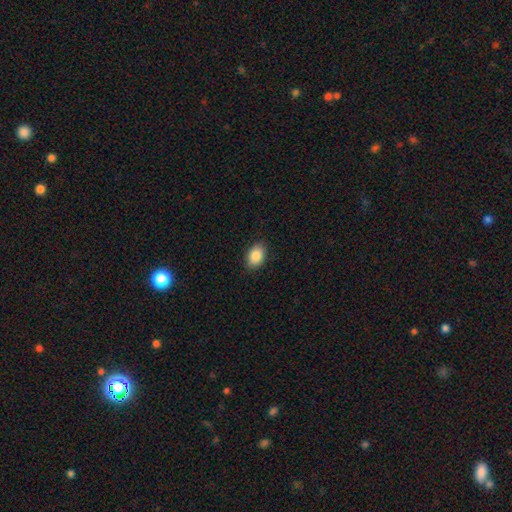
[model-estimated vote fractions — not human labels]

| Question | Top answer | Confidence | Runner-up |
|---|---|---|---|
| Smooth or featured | smooth | 87% | star or artifact (8%) |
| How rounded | in between | 84% | round (14%) |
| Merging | none | 87% | minor disturbance (10%) |